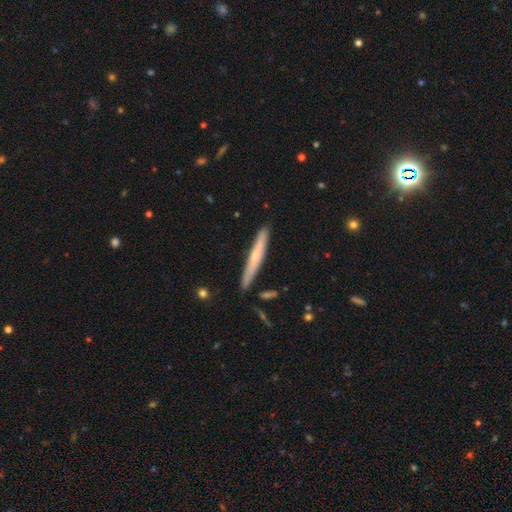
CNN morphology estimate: Smooth or featured?
  - featured or disk: 51% *
  - smooth: 44%
  - star or artifact: 6%
Edge-on disk?
  - yes: 94% *
  - no: 6%
Merging?
  - none: 88% *
  - minor disturbance: 8%
  - merger: 2%
  - major disturbance: 1%